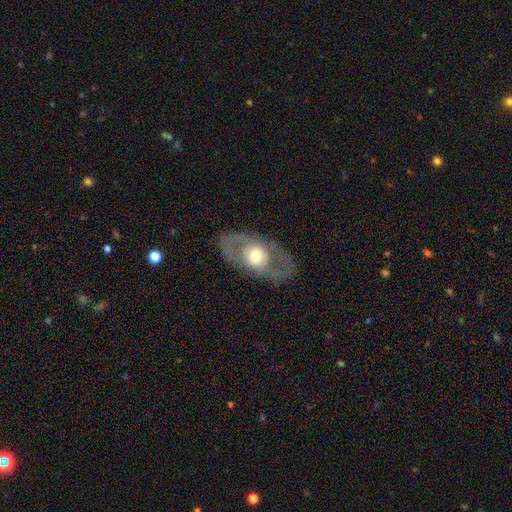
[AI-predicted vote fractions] Smooth or featured: featured or disk — 63% (smooth — 32%)
Edge-on disk: no — 88% (yes — 12%)
Bar: no — 79% (weak — 15%)
Spiral arms: no — 74% (yes — 26%)
Bulge size: moderate — 61% (large — 25%)
Merging: none — 79% (minor disturbance — 11%)